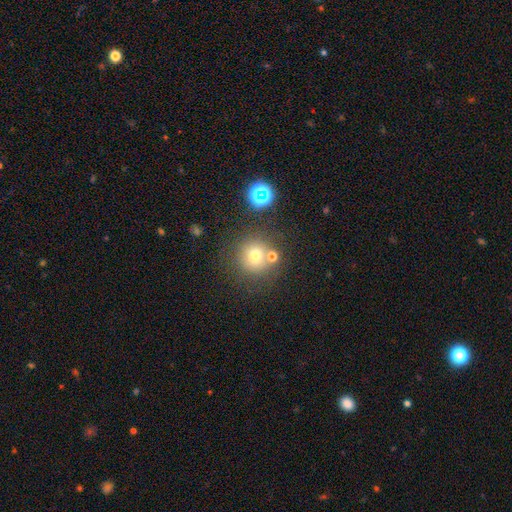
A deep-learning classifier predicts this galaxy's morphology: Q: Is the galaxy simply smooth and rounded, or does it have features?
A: smooth — 69%.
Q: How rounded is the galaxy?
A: round — 93%.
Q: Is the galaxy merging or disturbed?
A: none — 69%.